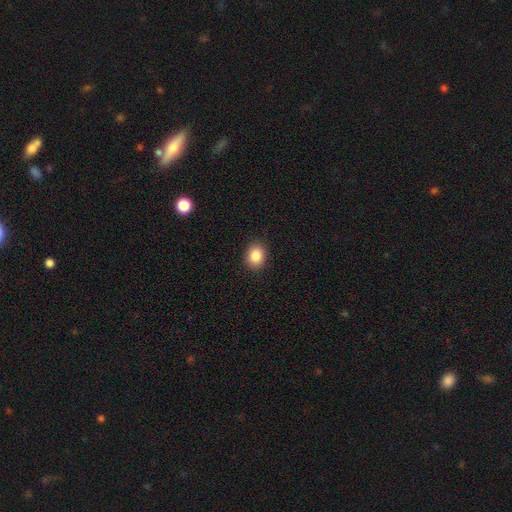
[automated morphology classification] type=smooth (87%); roundness=round (50%); merging=none (90%).